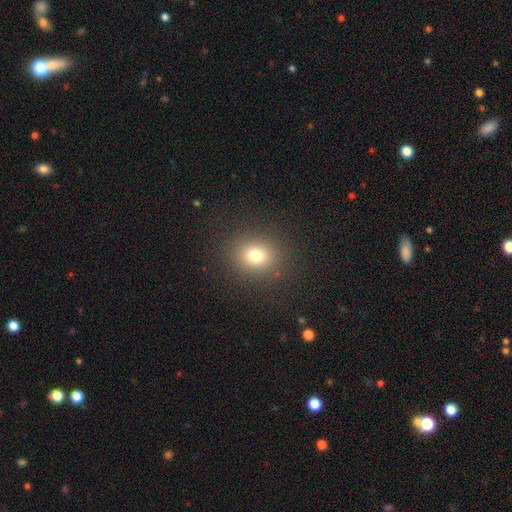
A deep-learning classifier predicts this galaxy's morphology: smooth-or-featured: smooth: 75% | star or artifact: 16% | featured or disk: 9%
  how-rounded: round: 71% | in between: 28% | cigar-shaped: 1%
  merging: none: 88% | minor disturbance: 7% | major disturbance: 4% | merger: 1%